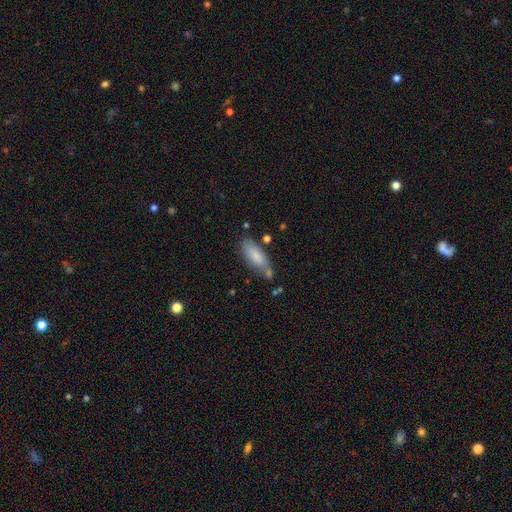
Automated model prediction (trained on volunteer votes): smooth_or_featured: smooth (p=0.81) [alt: featured or disk p=0.13]
how_rounded: in between (p=0.74) [alt: cigar-shaped p=0.24]
merging: none (p=0.61) [alt: minor disturbance p=0.23]